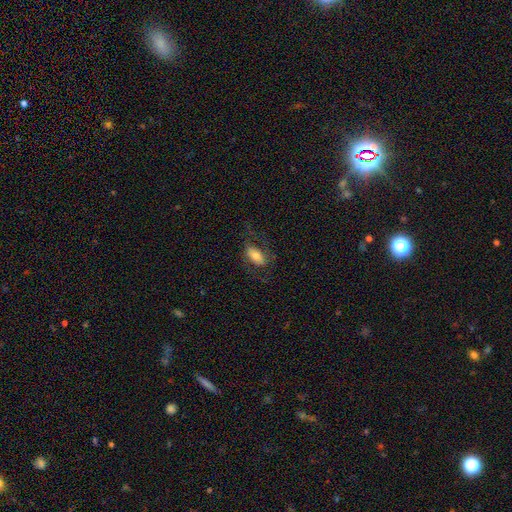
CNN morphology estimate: smooth-or-featured: smooth: 63% | featured or disk: 30% | star or artifact: 8%
  how-rounded: in between: 90% | cigar-shaped: 5% | round: 5%
  merging: none: 66% | minor disturbance: 17% | major disturbance: 16% | merger: 1%